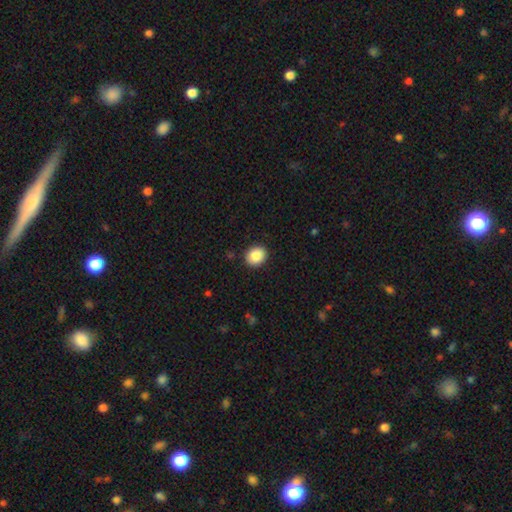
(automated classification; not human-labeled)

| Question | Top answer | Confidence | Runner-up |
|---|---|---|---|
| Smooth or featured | smooth | 86% | star or artifact (8%) |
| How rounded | round | 66% | in between (33%) |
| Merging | none | 91% | minor disturbance (7%) |